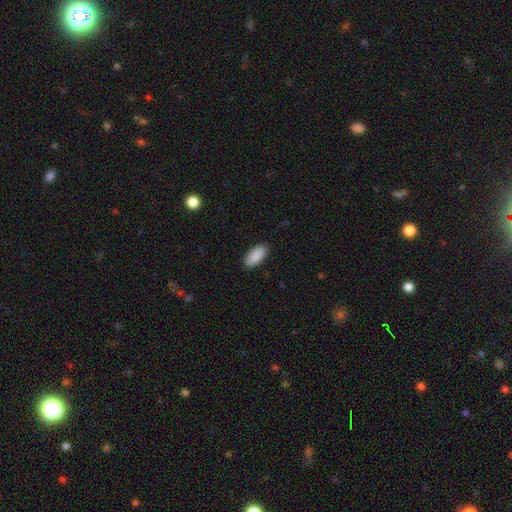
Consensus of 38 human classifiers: Smooth or featured: smooth — 95% (star or artifact — 5%)
How rounded: in between — 86% (cigar-shaped — 14%)
Merging: none — 94% (minor disturbance — 3%)